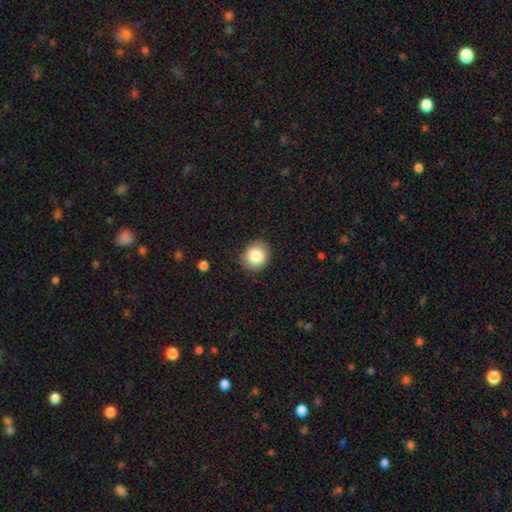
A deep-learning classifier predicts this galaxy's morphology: The model was most divided on "how rounded": round: 74%, in between: 25%, cigar-shaped: 1%. More confident: merging — none (88%); smooth or featured — smooth (83%).